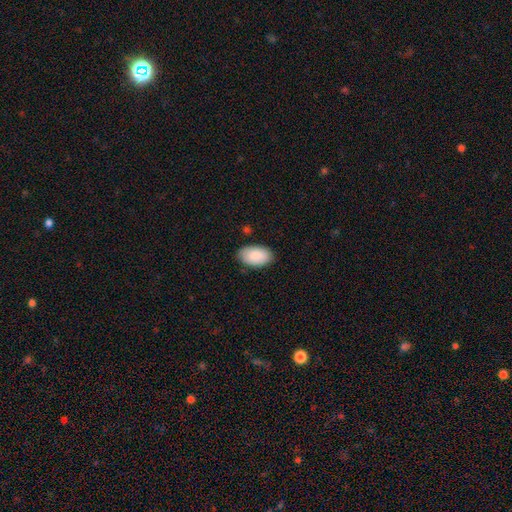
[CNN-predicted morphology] Q: Smooth or featured?
A: smooth (89%); runner-up: star or artifact (6%)
Q: How rounded?
A: in between (95%); runner-up: round (4%)
Q: Merging?
A: none (83%); runner-up: minor disturbance (13%)